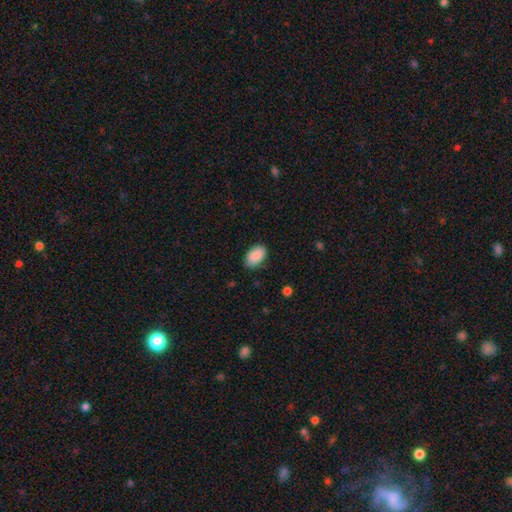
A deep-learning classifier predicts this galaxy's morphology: Smooth or featured: smooth — 89% (star or artifact — 7%)
How rounded: in between — 91% (round — 8%)
Merging: none — 83% (minor disturbance — 14%)